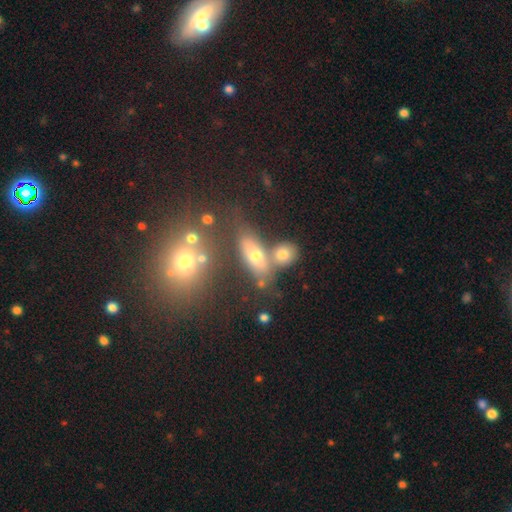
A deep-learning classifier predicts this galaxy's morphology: Overall: smooth (53%; featured or disk 29%). How rounded: in between (65%). Merging: none (55%; merger 25%).